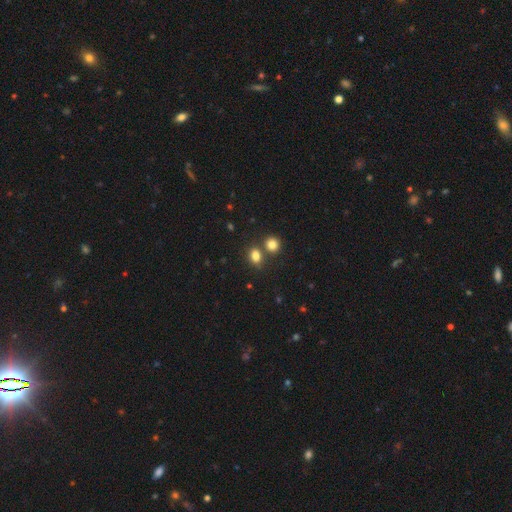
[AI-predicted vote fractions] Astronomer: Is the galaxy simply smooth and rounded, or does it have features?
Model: smooth — 82%.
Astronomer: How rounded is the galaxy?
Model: in between — 61% (runner-up: round, 37%).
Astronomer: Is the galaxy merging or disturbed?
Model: none — 59%.